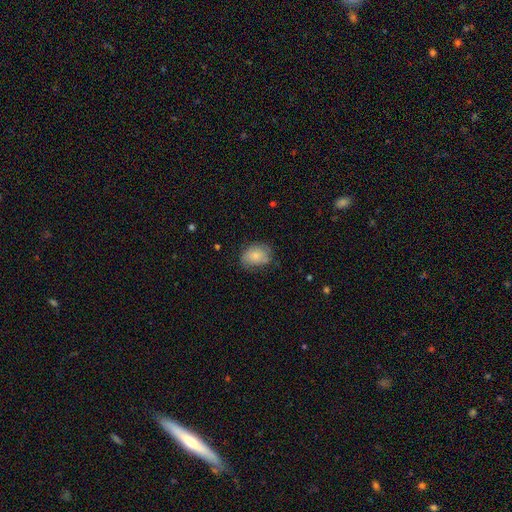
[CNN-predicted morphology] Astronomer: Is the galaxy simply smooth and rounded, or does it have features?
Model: smooth — 78%.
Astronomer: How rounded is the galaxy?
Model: in between — 71%.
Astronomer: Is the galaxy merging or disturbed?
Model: none — 62%.